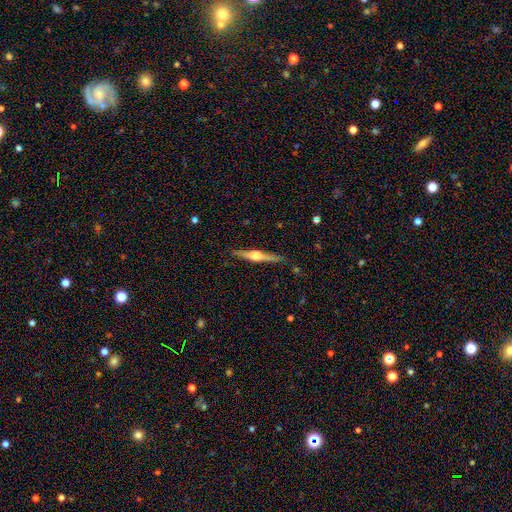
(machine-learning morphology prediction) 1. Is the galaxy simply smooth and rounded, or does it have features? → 71% featured or disk, 23% smooth, 6% star or artifact.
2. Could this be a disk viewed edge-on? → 98% yes, 2% no.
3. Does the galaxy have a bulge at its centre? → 88% rounded, 8% boxy, 3% none.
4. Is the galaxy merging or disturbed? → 87% none, 10% minor disturbance, 2% major disturbance, 1% merger.